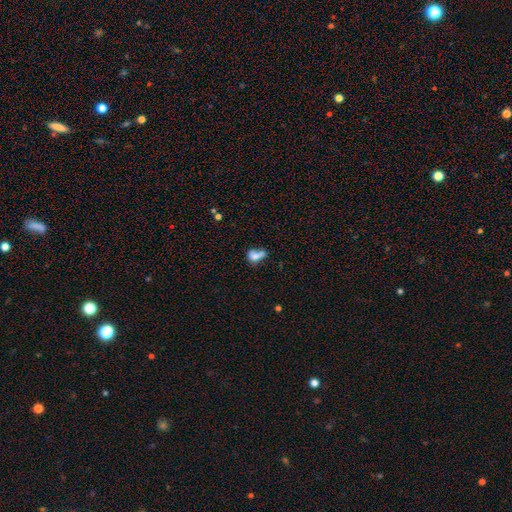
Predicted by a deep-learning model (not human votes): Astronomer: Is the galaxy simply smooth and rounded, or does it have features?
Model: smooth — 70%.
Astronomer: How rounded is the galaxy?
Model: in between — 68%.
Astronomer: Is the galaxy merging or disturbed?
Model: merger — 43% (runner-up: none, 26%).